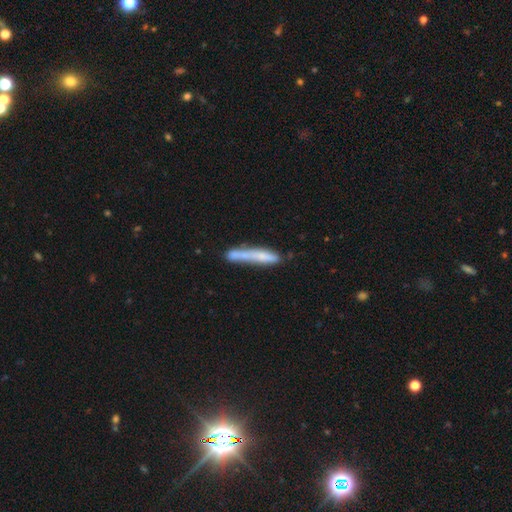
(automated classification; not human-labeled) Morphology: type=smooth (58%); roundness=cigar-shaped (93%); merging=none (53%).